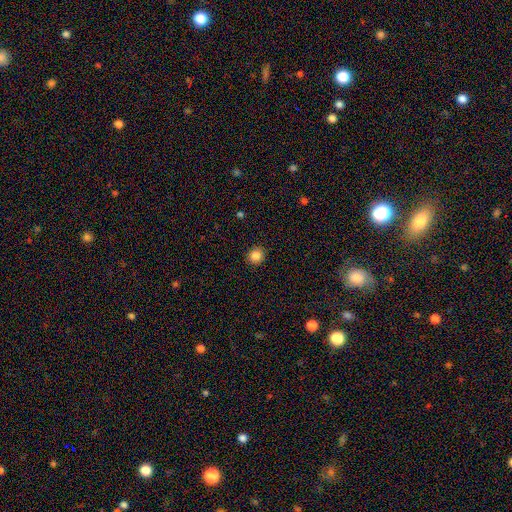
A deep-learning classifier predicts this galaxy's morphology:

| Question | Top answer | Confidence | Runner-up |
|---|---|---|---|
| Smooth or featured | smooth | 85% | star or artifact (11%) |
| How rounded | round | 89% | in between (10%) |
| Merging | none | 92% | minor disturbance (6%) |